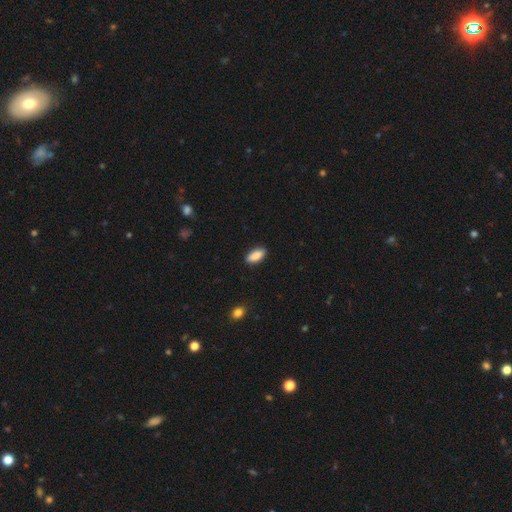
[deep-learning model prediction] Smooth or featured: smooth — 88% (star or artifact — 6%)
How rounded: in between — 87% (cigar-shaped — 10%)
Merging: none — 89% (minor disturbance — 8%)